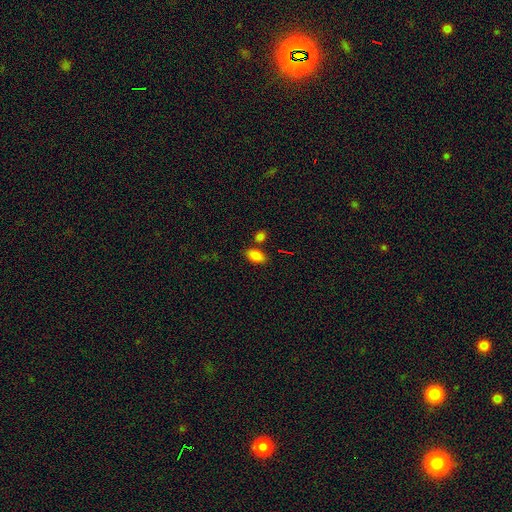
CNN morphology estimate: Q: Smooth or featured?
A: smooth (84%); runner-up: star or artifact (8%)
Q: How rounded?
A: in between (91%); runner-up: round (7%)
Q: Merging?
A: none (77%); runner-up: minor disturbance (11%)